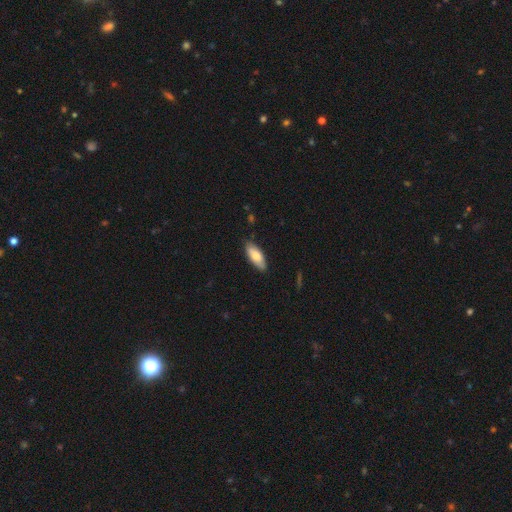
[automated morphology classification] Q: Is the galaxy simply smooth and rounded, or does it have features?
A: smooth — 78%.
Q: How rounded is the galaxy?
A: in between — 78%.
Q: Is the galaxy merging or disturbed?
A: none — 81%.